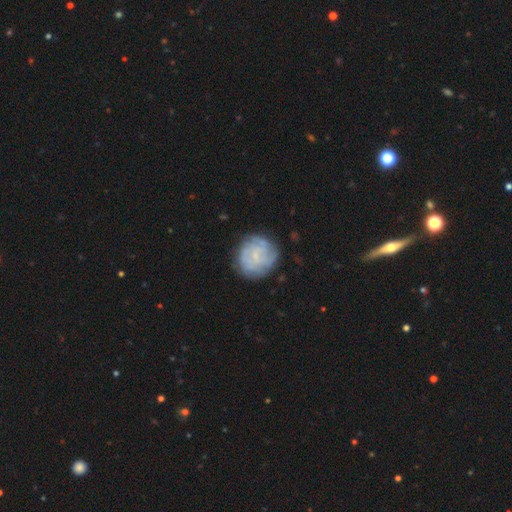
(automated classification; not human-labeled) The model was most divided on "bulge size": small: 51%, none: 34%, moderate: 12%, large: 2%, dominant: 1%. More confident: edge-on disk — no (98%); merging — none (76%); spiral arms — yes (75%); bar — no (68%); smooth or featured — featured or disk (56%).